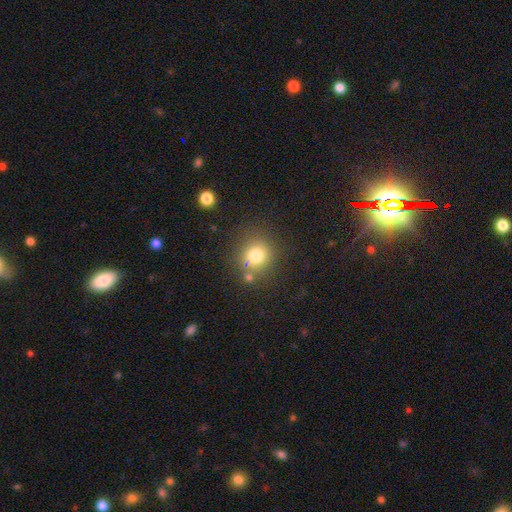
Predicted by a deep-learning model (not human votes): The model was most divided on "merging": none: 74%, minor disturbance: 11%, merger: 10%, major disturbance: 4%. More confident: how rounded — round (87%); smooth or featured — smooth (77%).